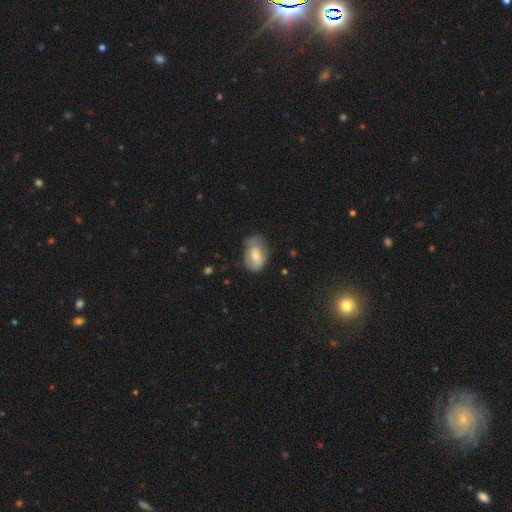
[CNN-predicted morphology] Smooth or featured?
  - smooth: 61% *
  - featured or disk: 32%
  - star or artifact: 7%
How rounded?
  - in between: 84% *
  - round: 14%
  - cigar-shaped: 1%
Merging?
  - none: 50% *
  - minor disturbance: 35%
  - major disturbance: 13%
  - merger: 2%